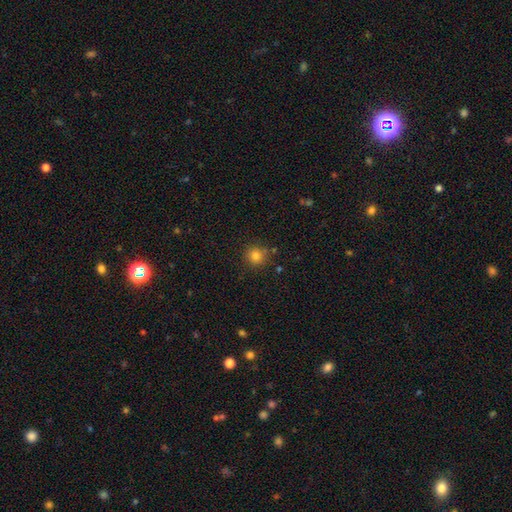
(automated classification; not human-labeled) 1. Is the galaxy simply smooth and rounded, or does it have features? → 83% smooth, 12% star or artifact, 5% featured or disk.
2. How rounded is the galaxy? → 92% round, 7% in between, 1% cigar-shaped.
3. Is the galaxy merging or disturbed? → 83% none, 10% minor disturbance, 5% merger, 3% major disturbance.